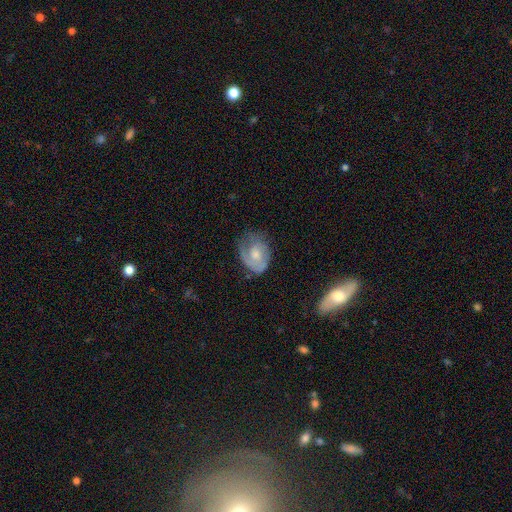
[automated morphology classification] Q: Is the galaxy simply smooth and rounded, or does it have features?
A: featured or disk — 64%.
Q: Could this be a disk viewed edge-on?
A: no — 97%.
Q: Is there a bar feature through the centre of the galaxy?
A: no — 72%.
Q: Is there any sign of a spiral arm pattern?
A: yes — 84%.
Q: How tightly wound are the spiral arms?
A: tight — 50%.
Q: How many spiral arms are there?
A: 1 — 45%.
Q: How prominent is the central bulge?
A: moderate — 55%.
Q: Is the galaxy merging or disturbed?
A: none — 53%.